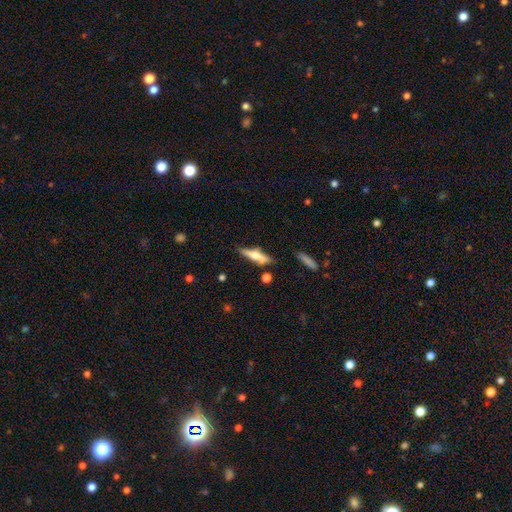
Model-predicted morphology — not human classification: Smooth or featured: smooth — 51% (featured or disk — 43%)
How rounded: cigar-shaped — 74% (in between — 24%)
Merging: none — 72% (minor disturbance — 18%)